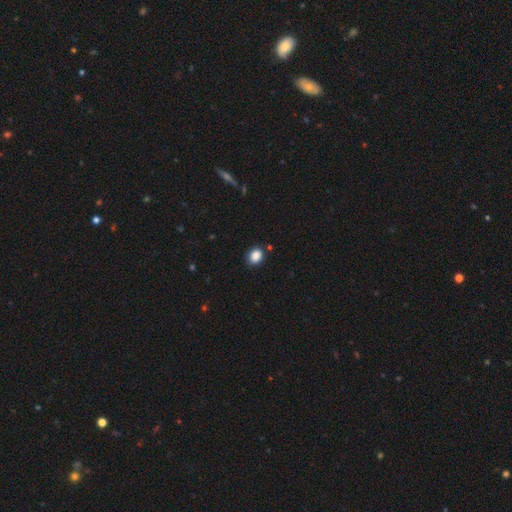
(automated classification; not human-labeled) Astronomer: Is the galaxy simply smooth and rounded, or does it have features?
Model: smooth — 87%.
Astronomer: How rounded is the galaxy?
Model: in between — 59% (runner-up: round, 40%).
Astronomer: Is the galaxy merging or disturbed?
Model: none — 83%.